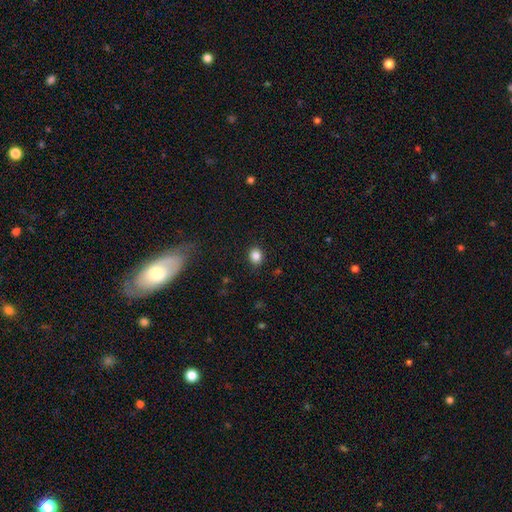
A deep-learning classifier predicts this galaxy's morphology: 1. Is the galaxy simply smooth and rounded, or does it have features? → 86% smooth, 10% star or artifact, 4% featured or disk.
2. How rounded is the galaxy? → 63% round, 36% in between, 1% cigar-shaped.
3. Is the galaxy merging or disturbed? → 88% none, 8% minor disturbance, 2% major disturbance, 1% merger.